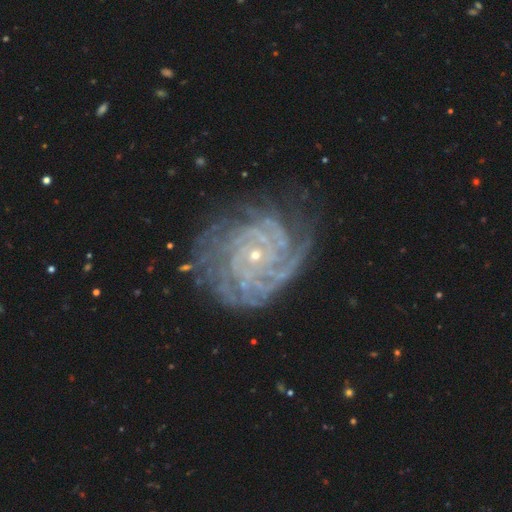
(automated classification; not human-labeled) Smooth or featured? Predicted: featured or disk (p=0.89). Edge-on disk? Predicted: no (p=0.97). Bar? Predicted: no (p=0.76). Spiral arms? Predicted: yes (p=0.98). Spiral winding? Predicted: tight (p=0.81). Spiral arm count? Predicted: can't tell (p=0.22, tied with 4 and more than 4). Bulge size? Predicted: small (p=0.85). Merging? Predicted: none (p=0.70).